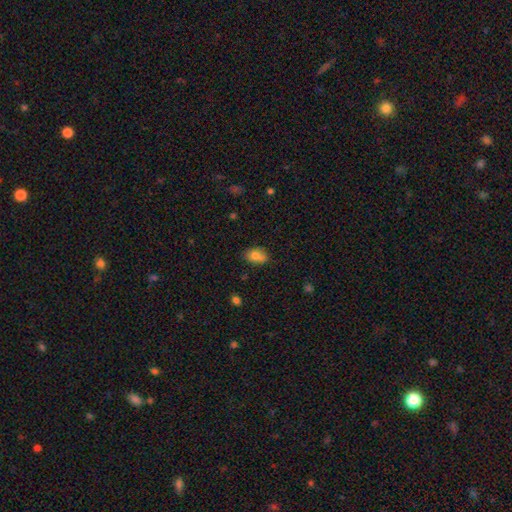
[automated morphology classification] A smooth galaxy with no disk features (79%) that is in between round and cigar-shaped (82%).

Vote fractions:
- Smooth or featured? smooth: 79% / featured or disk: 12% / star or artifact: 9%
- How rounded? in between: 82% / round: 16% / cigar-shaped: 2%
- Merging? none: 69% / minor disturbance: 21% / merger: 6% / major disturbance: 4%